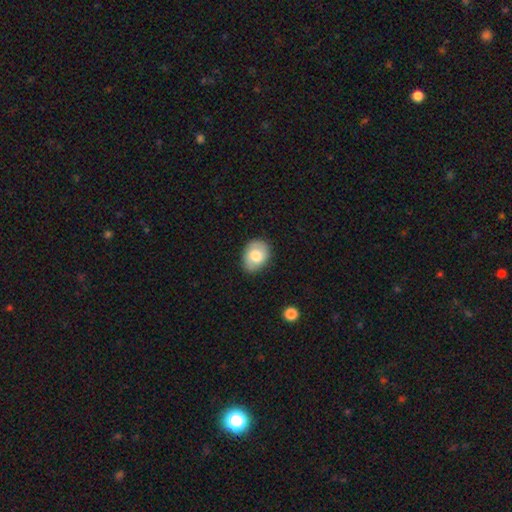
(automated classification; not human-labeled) Smooth or featured: smooth — 69% (featured or disk — 23%)
How rounded: in between — 61% (round — 39%)
Merging: none — 80% (minor disturbance — 16%)